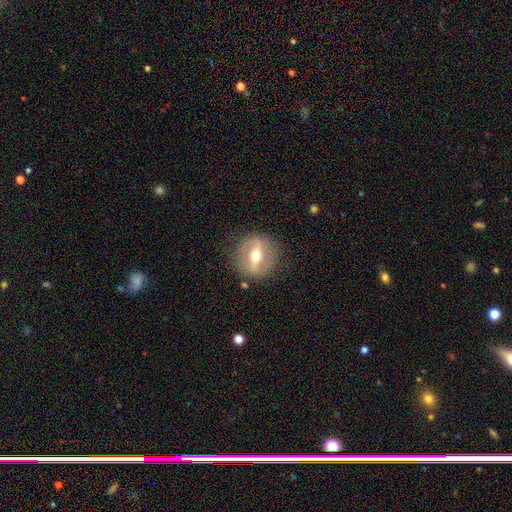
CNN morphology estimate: Smooth or featured? featured or disk (67%)
Edge-on disk? no (75%)
Merging? none (84%)